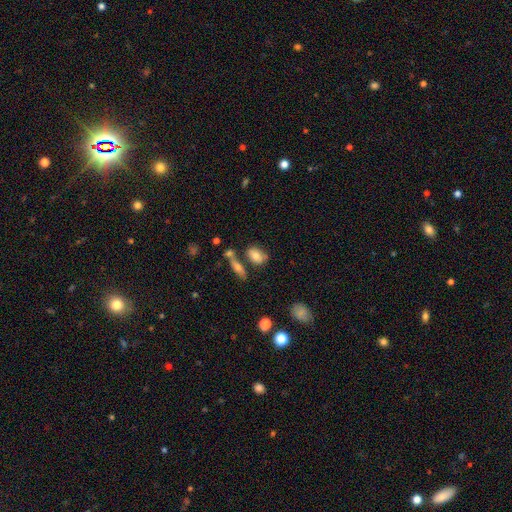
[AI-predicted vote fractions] Smooth or featured?
  - smooth: 76% *
  - featured or disk: 16%
  - star or artifact: 9%
How rounded?
  - in between: 80% *
  - round: 15%
  - cigar-shaped: 5%
Merging?
  - none: 61% *
  - merger: 18%
  - minor disturbance: 15%
  - major disturbance: 5%